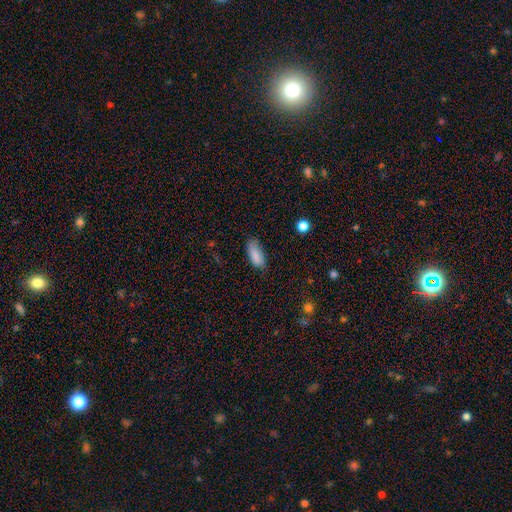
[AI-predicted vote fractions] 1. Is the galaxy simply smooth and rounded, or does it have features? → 85% smooth, 8% featured or disk, 7% star or artifact.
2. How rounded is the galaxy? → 83% in between, 15% cigar-shaped, 2% round.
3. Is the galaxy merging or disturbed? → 68% none, 26% minor disturbance, 5% major disturbance, 2% merger.